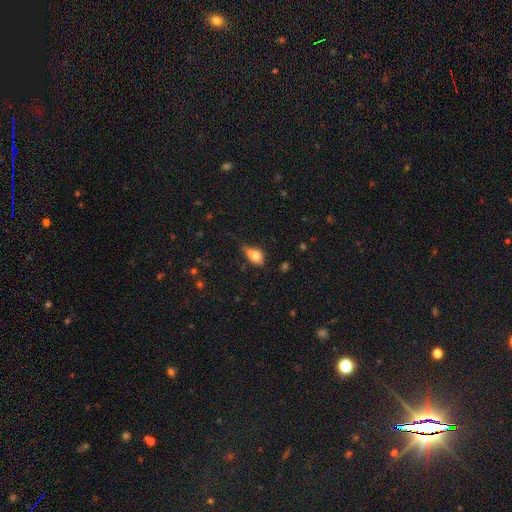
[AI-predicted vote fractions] A smooth galaxy with no disk features (71%) that is in between round and cigar-shaped (77%).

Vote fractions:
- Smooth or featured? smooth: 71% / featured or disk: 19% / star or artifact: 10%
- How rounded? in between: 77% / round: 17% / cigar-shaped: 6%
- Merging? minor disturbance: 38% (tied) / none: 38% (tied) / major disturbance: 17% / merger: 8%